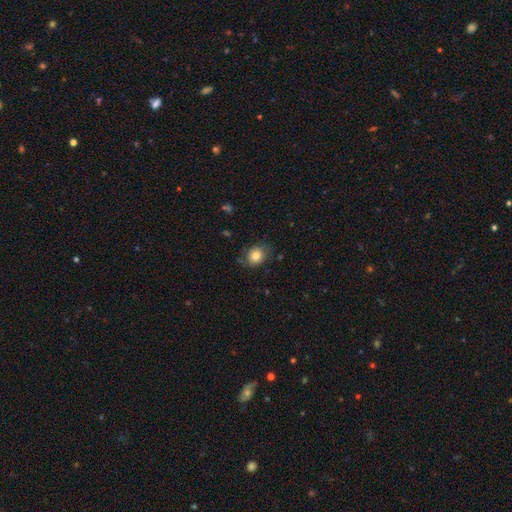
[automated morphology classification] A smooth galaxy with no disk features (78%) that is round (62%).

Vote fractions:
- Smooth or featured? smooth: 78% / featured or disk: 12% / star or artifact: 9%
- How rounded? round: 62% / in between: 37% / cigar-shaped: 1%
- Merging? none: 70% / minor disturbance: 21% / major disturbance: 7% / merger: 2%